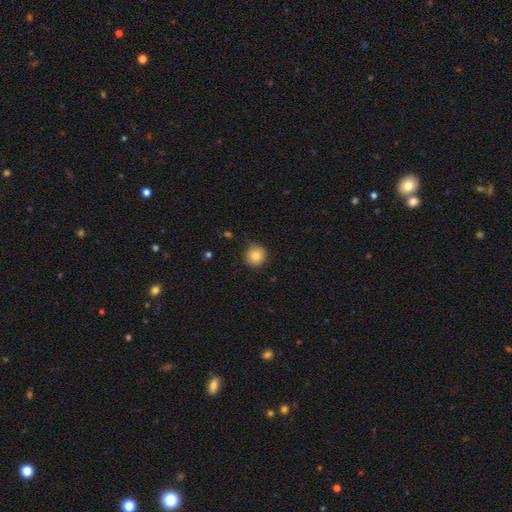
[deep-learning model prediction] Smooth or featured?
  - smooth: 84% *
  - star or artifact: 9%
  - featured or disk: 7%
How rounded?
  - round: 94% *
  - in between: 5%
  - cigar-shaped: 1%
Merging?
  - none: 88% *
  - minor disturbance: 9%
  - major disturbance: 2%
  - merger: 1%